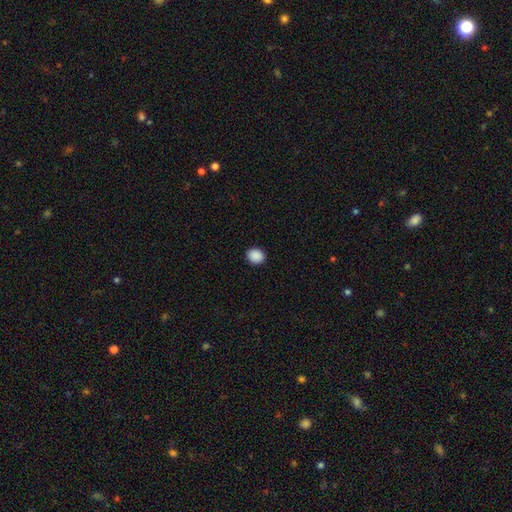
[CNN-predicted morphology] This appears to be a smooth galaxy with no disk features (89%) that is round (72%). Merging: none (91%).